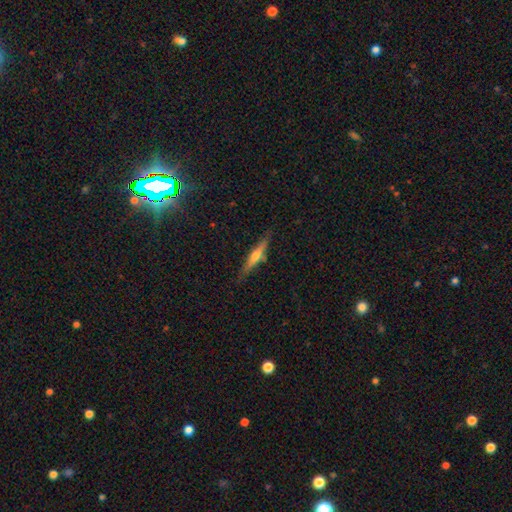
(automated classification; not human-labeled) A featured or disk galaxy (59%) viewed edge-on (96%) with a rounded central bulge (83%). Merging: none (83%).